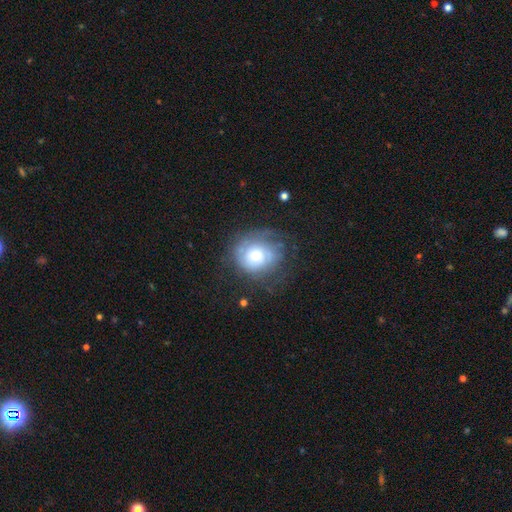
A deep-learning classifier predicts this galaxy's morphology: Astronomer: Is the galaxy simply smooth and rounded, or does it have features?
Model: featured or disk — 59%.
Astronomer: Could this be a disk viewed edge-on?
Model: no — 97%.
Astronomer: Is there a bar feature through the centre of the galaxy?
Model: no — 83%.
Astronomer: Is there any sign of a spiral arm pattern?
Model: yes — 74%.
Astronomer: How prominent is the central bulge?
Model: moderate — 58%.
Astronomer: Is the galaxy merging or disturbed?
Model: none — 58%.